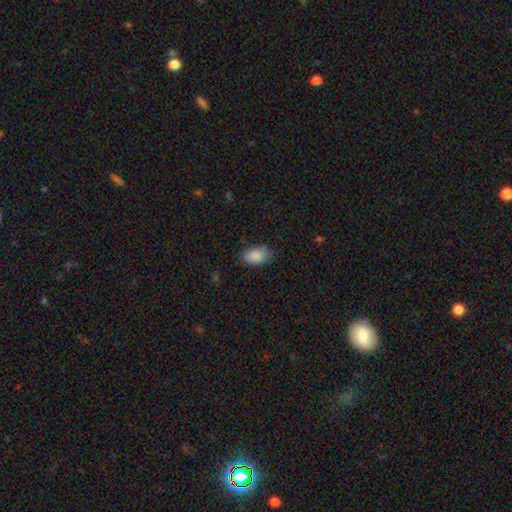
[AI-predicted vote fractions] A smooth galaxy with no disk features (88%) that is in between round and cigar-shaped (91%).

Vote fractions:
- Smooth or featured? smooth: 88% / star or artifact: 7% / featured or disk: 5%
- How rounded? in between: 91% / round: 8% / cigar-shaped: 1%
- Merging? none: 80% / minor disturbance: 15% / major disturbance: 3% / merger: 1%